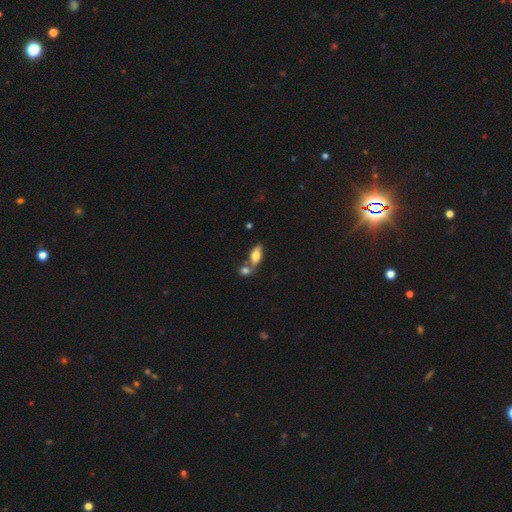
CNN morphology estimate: Smooth or featured: smooth — 56% (featured or disk — 36%)
How rounded: in between — 73% (cigar-shaped — 22%)
Merging: none — 48% (merger — 37%)